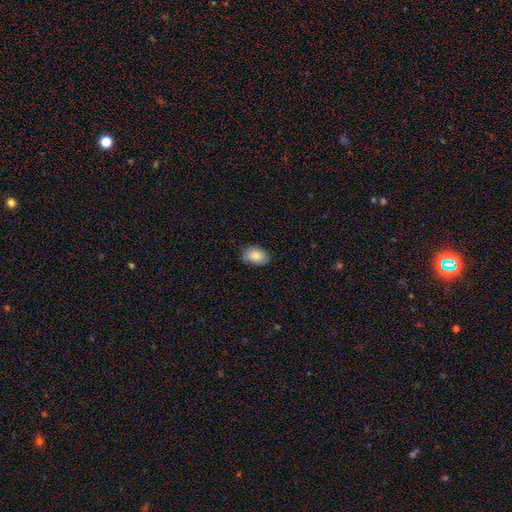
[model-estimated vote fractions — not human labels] Overall: smooth (86%). How rounded: in between (85%). Merging: none (79%).